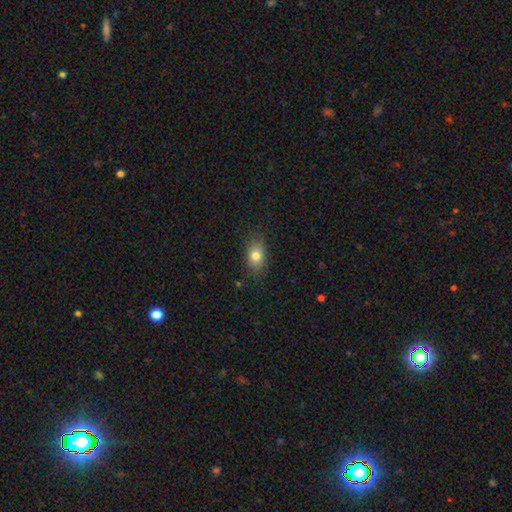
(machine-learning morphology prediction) A smooth galaxy with no disk features (81%) that is in between round and cigar-shaped (78%).

Vote fractions:
- Smooth or featured? smooth: 81% / star or artifact: 10% / featured or disk: 9%
- How rounded? in between: 78% / round: 20% / cigar-shaped: 2%
- Merging? none: 84% / minor disturbance: 12% / major disturbance: 3% / merger: 1%